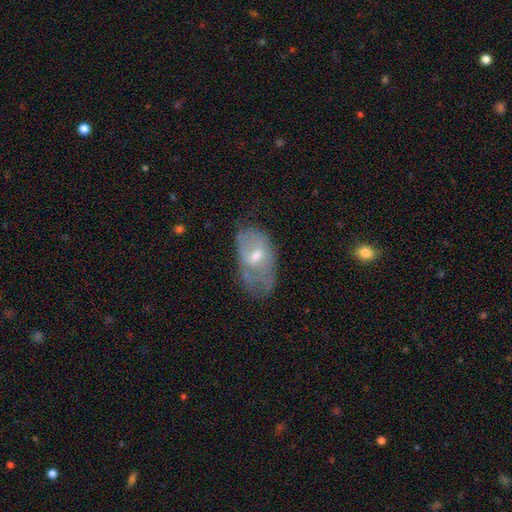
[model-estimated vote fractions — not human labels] smooth_or_featured: featured or disk (p=0.56) [alt: smooth p=0.36]
disk_edge_on: no (p=0.93) [alt: yes p=0.07]
bar: no (p=0.48) [alt: weak p=0.44]
has_spiral_arms: no (p=0.54) [alt: yes p=0.46]
bulge_size: moderate (p=0.54) [alt: small p=0.41]
merging: minor disturbance (p=0.37) [alt: none p=0.36]